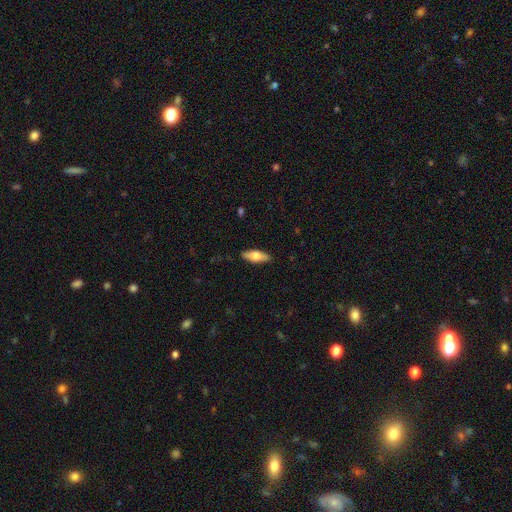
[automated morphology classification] smooth 64%, featured or disk 30%, star or artifact 6%. Down the decision tree: how rounded — in between (69%); merging — none (87%).